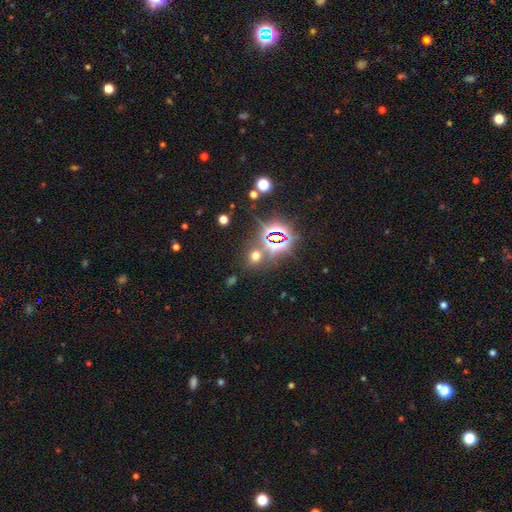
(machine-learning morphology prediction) smooth_or_featured: star or artifact (p=0.47) [alt: smooth p=0.45]